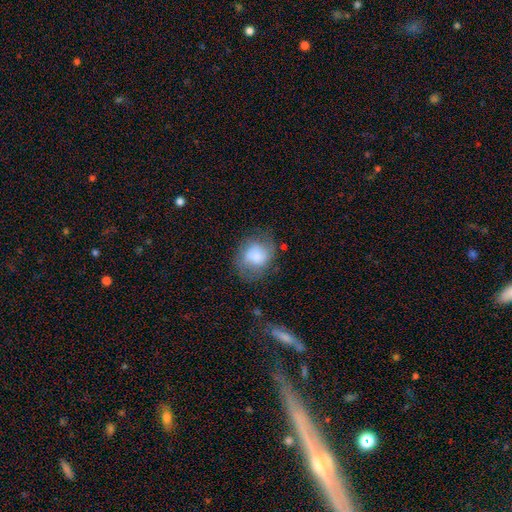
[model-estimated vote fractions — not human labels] Smooth or featured?
  - smooth: 66% *
  - featured or disk: 25%
  - star or artifact: 9%
How rounded?
  - round: 62% *
  - in between: 37%
  - cigar-shaped: 1%
Merging?
  - none: 59% *
  - minor disturbance: 24%
  - major disturbance: 14%
  - merger: 2%